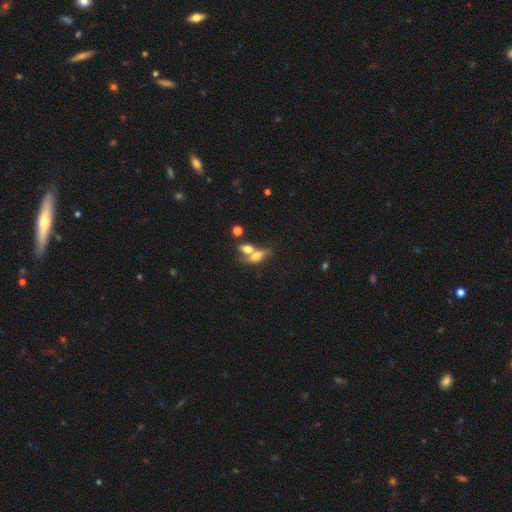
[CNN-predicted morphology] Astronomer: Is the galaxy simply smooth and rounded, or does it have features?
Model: smooth — 65%.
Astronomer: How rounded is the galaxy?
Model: in between — 73%.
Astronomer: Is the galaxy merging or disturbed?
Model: merger — 56%.